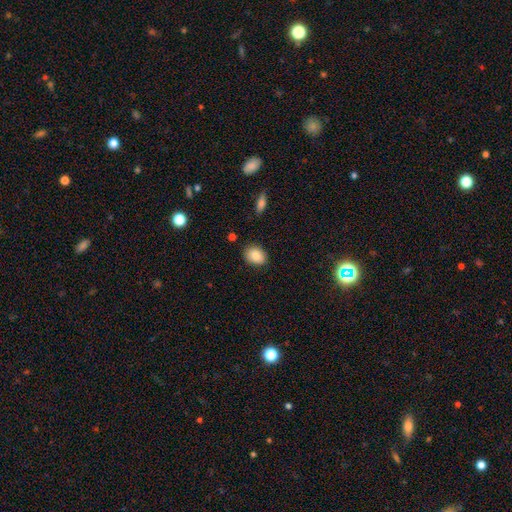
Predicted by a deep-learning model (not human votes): A smooth galaxy with no disk features (86%) that is in between round and cigar-shaped (65%). Merging: none (84%).